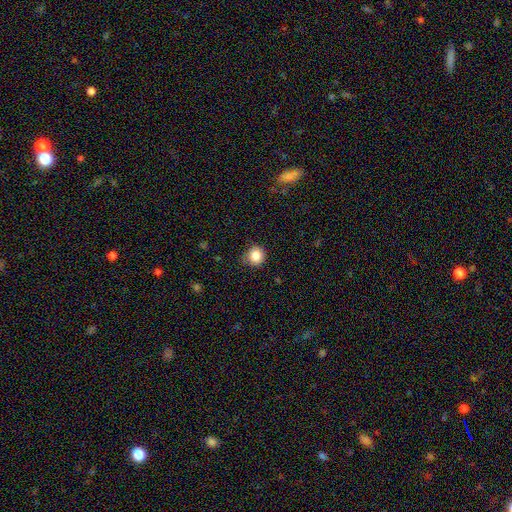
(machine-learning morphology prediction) Overall: smooth (85%). How rounded: round (91%). Merging: none (82%).